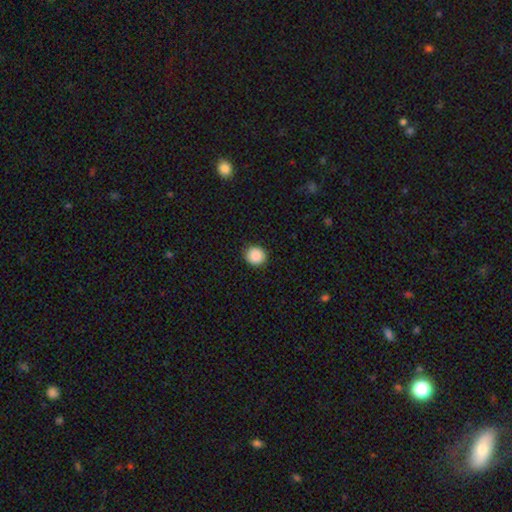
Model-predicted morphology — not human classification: Smooth or featured? Predicted: smooth (p=0.89). How rounded? Predicted: round (p=0.88). Merging? Predicted: none (p=0.90).